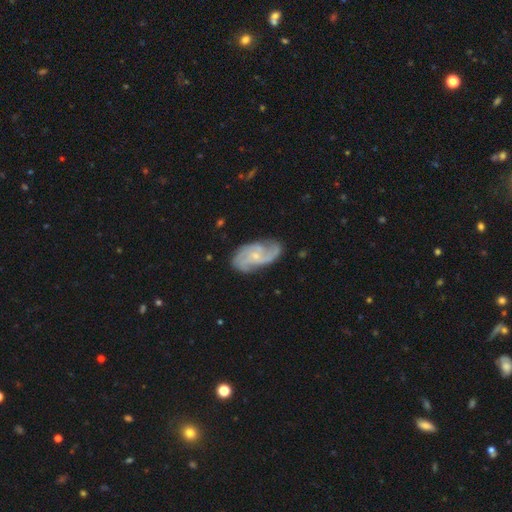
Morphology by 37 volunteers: Q: Smooth or featured?
A: featured or disk (92%); runner-up: smooth (5%)
Q: Edge-on disk?
A: no (94%); runner-up: yes (6%)
Q: Bar?
A: no (69%); runner-up: weak (25%)
Q: Spiral arms?
A: yes (100%)
Q: Spiral winding?
A: medium (53%); runner-up: tight (47%)
Q: Spiral arm count?
A: 3 (50%); runner-up: 4 (28%)
Q: Bulge size?
A: small (78%); runner-up: moderate (19%)
Q: Merging?
A: none (86%); runner-up: minor disturbance (8%)